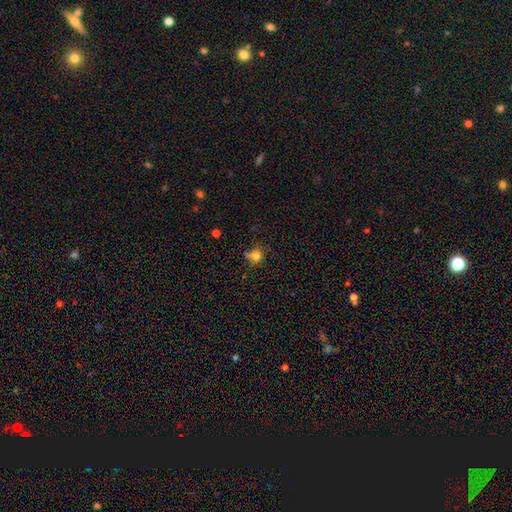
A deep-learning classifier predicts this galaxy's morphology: smooth-or-featured: smooth: 77% | star or artifact: 14% | featured or disk: 8%
  how-rounded: round: 81% | in between: 17% | cigar-shaped: 1%
  merging: none: 57% | minor disturbance: 22% | merger: 11% | major disturbance: 9%